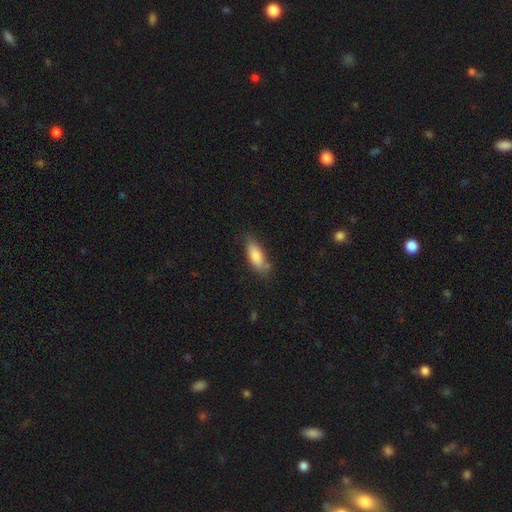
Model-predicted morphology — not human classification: Q: Smooth or featured?
A: smooth (82%); runner-up: featured or disk (11%)
Q: How rounded?
A: in between (73%); runner-up: cigar-shaped (25%)
Q: Merging?
A: none (69%); runner-up: minor disturbance (23%)